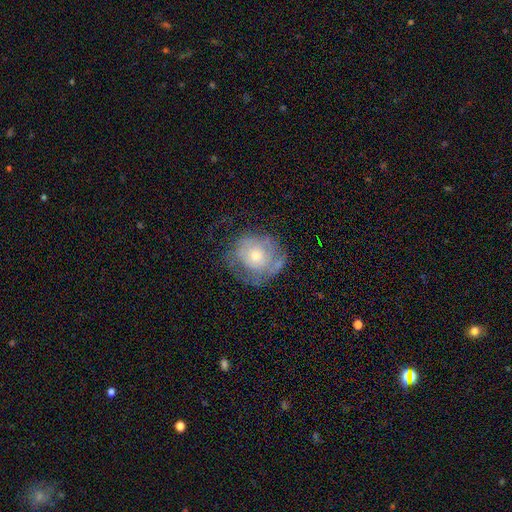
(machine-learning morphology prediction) Smooth or featured: featured or disk — 48% (smooth — 44%)
Merging: none — 49% (minor disturbance — 27%)